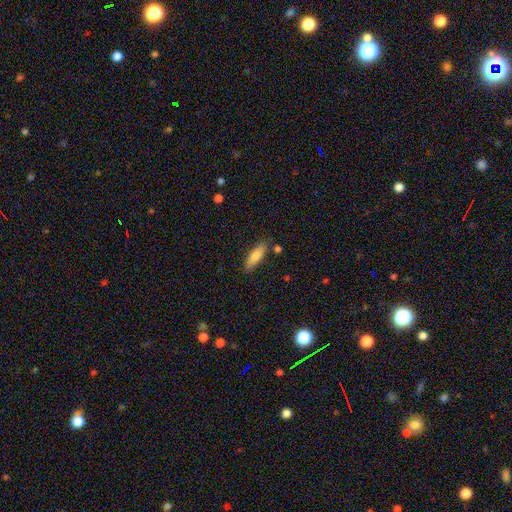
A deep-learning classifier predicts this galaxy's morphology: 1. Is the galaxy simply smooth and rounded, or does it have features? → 78% smooth, 16% featured or disk, 6% star or artifact.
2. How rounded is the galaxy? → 56% cigar-shaped, 42% in between, 2% round.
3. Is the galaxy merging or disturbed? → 81% none, 13% minor disturbance, 4% merger, 3% major disturbance.